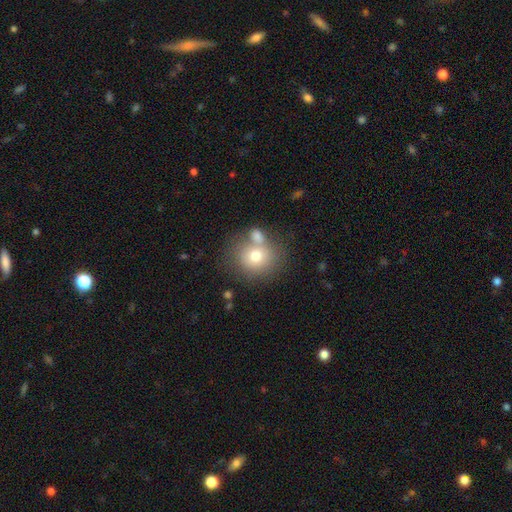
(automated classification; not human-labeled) The model was most divided on "merging": none: 54%, merger: 28%, minor disturbance: 12%, major disturbance: 6%. More confident: how rounded — round (76%); smooth or featured — smooth (72%).